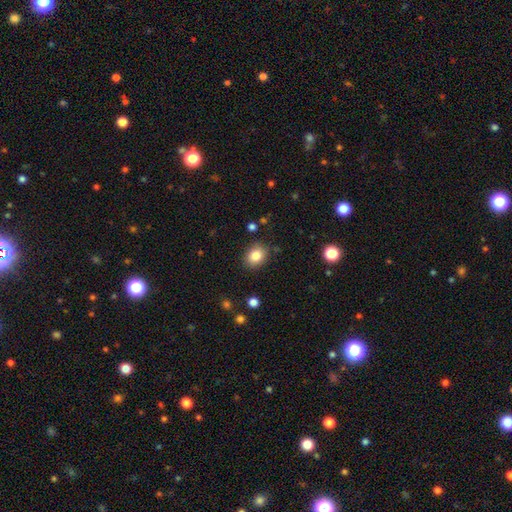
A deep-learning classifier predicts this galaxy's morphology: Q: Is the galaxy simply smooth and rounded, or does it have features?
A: smooth — 83%.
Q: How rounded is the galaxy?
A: in between — 51%.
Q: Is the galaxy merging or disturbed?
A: none — 85%.